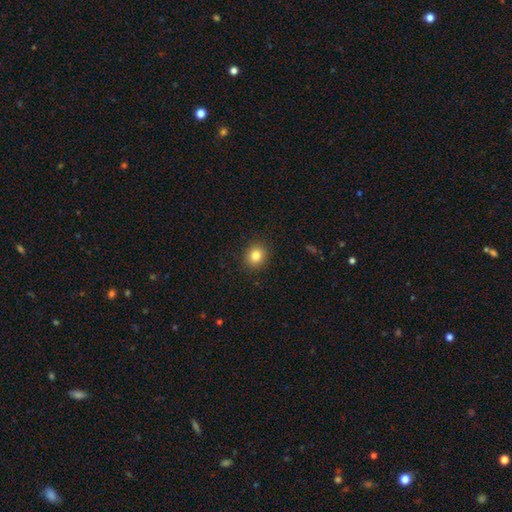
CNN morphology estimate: smooth 82%, star or artifact 11%, featured or disk 7%. Down the decision tree: how rounded — round (76%); merging — none (91%).